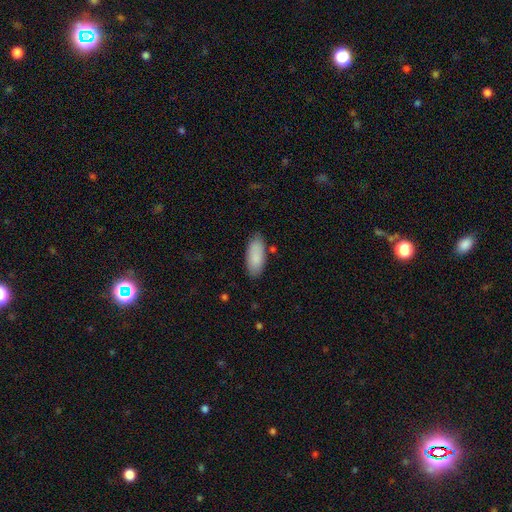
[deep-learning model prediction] smooth 87%, featured or disk 7%, star or artifact 6%. Down the decision tree: how rounded — in between (88%); merging — none (81%).